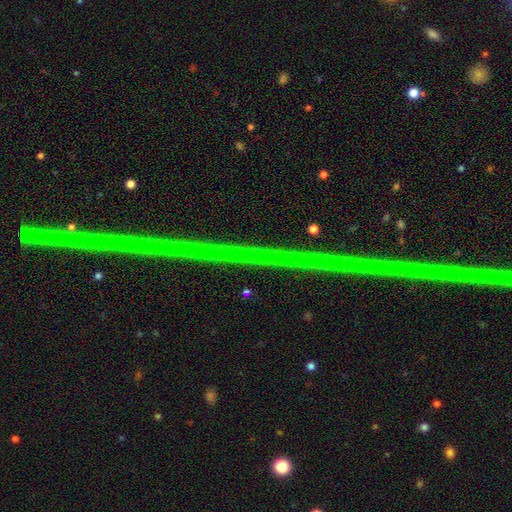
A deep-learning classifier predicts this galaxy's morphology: Smooth or featured? Predicted: star or artifact (p=0.90).